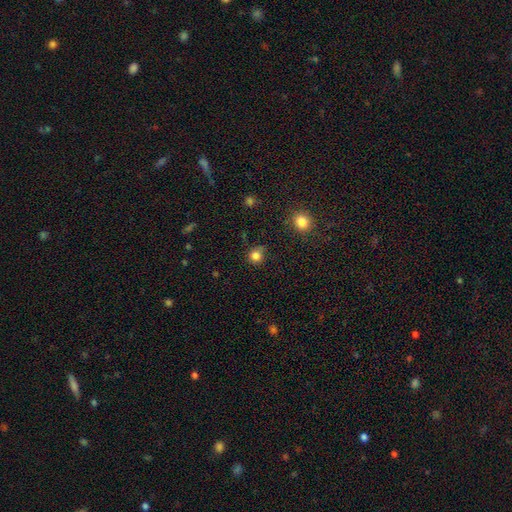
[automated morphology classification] Q: Smooth or featured?
A: smooth (82%); runner-up: star or artifact (13%)
Q: How rounded?
A: round (88%); runner-up: in between (11%)
Q: Merging?
A: none (75%); runner-up: minor disturbance (18%)